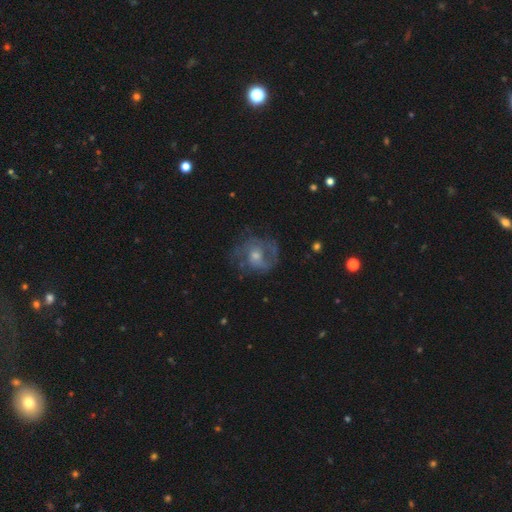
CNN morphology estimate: type=featured or disk (68%); edge-on=no (97%); bar=no (69%); spiral arms=yes (80%); winding=medium (46%); arm count=2 (46%); bulge=moderate (47%); merging=none (62%).